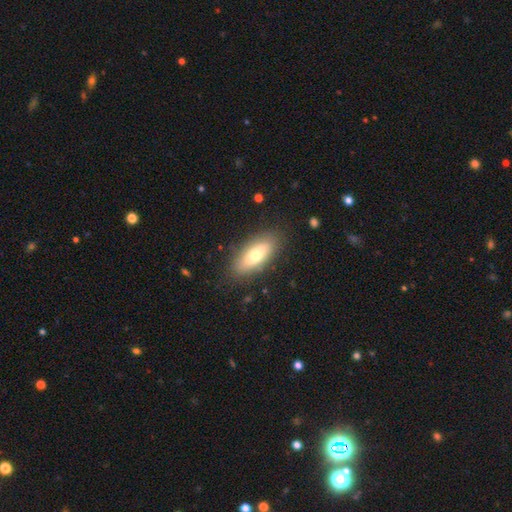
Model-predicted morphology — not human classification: Smooth or featured?
  - smooth: 70% *
  - featured or disk: 23%
  - star or artifact: 7%
How rounded?
  - in between: 75% *
  - cigar-shaped: 22%
  - round: 3%
Merging?
  - none: 84% *
  - minor disturbance: 11%
  - major disturbance: 3%
  - merger: 1%